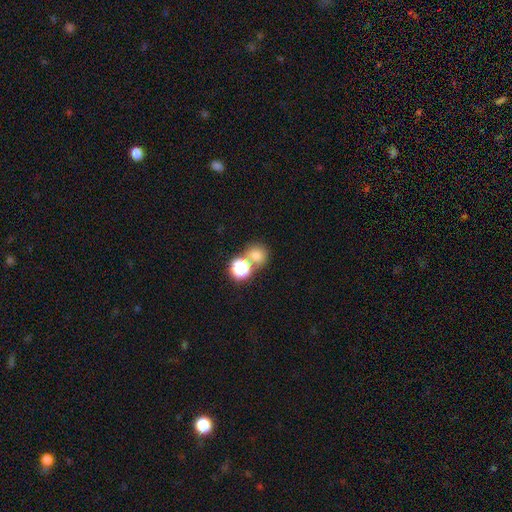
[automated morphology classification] Smooth or featured? smooth (71%)
How rounded? round (80%)
Merging? none (54%)